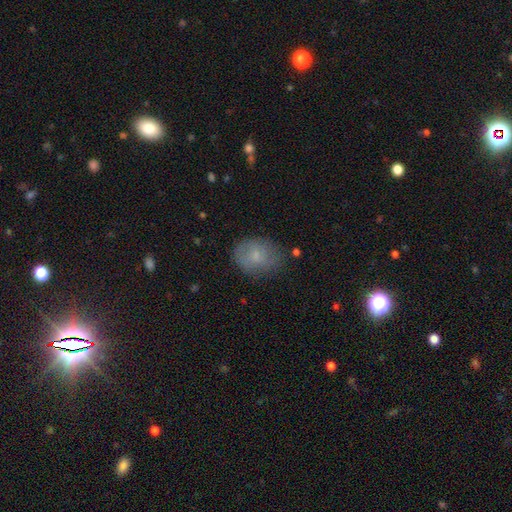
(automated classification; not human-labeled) This is likely a smooth galaxy (72%). How rounded: likely in between (65%). Merging: likely none (69%).